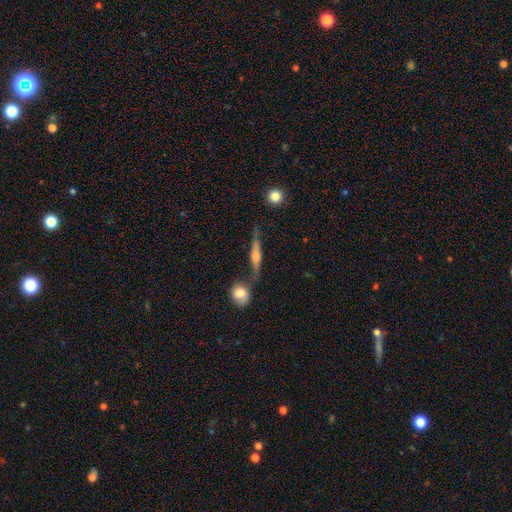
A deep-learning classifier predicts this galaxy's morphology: A featured or disk galaxy (59%) viewed edge-on (92%) with a rounded central bulge (68%).

Vote fractions:
- Smooth or featured? featured or disk: 59% / smooth: 32% / star or artifact: 9%
- Edge-on disk? yes: 92% / no: 8%
- Edge-on bulge? rounded: 68% / boxy: 18% / none: 13%
- Merging? none: 69% / minor disturbance: 15% / merger: 11% / major disturbance: 5%